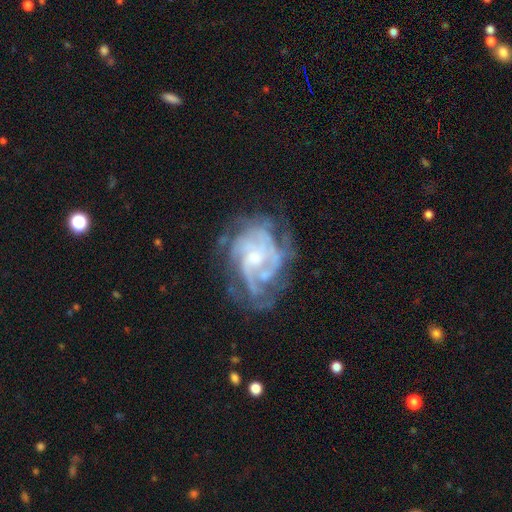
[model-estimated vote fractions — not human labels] Smooth or featured? Predicted: featured or disk (p=0.85). Edge-on disk? Predicted: no (p=0.98). Bar? Predicted: no (p=0.65). Spiral arms? Predicted: yes (p=0.90). Spiral winding? Predicted: tight (p=0.51). Spiral arm count? Predicted: can't tell (p=0.35). Bulge size? Predicted: moderate (p=0.44). Merging? Predicted: none (p=0.53).